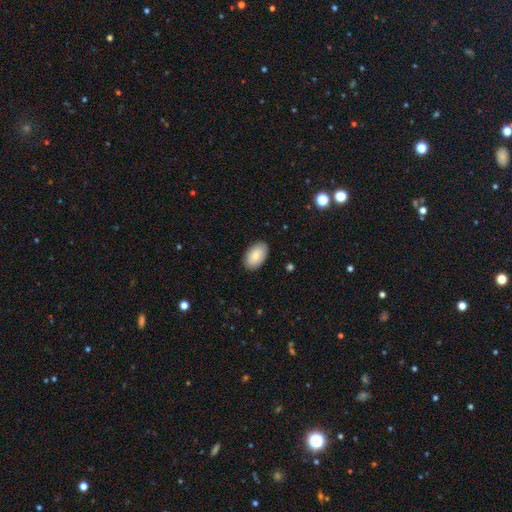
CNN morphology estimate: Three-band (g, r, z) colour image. It shows a smooth galaxy with no disk features (80%) that is in between round and cigar-shaped (93%). Merging: none (87%).